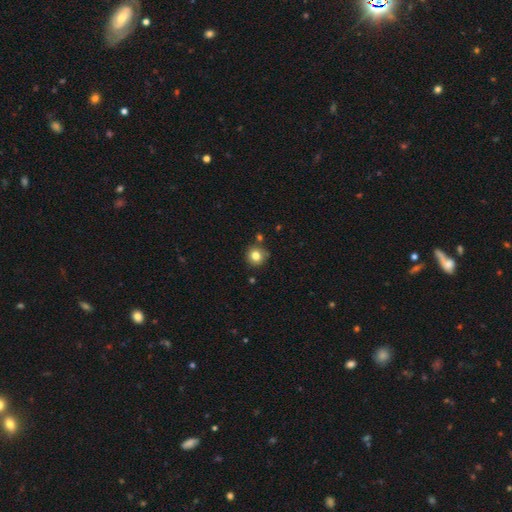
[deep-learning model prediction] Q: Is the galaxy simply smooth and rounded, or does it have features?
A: smooth — 81%.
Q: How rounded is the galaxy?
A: round — 92%.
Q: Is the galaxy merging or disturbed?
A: none — 82%.